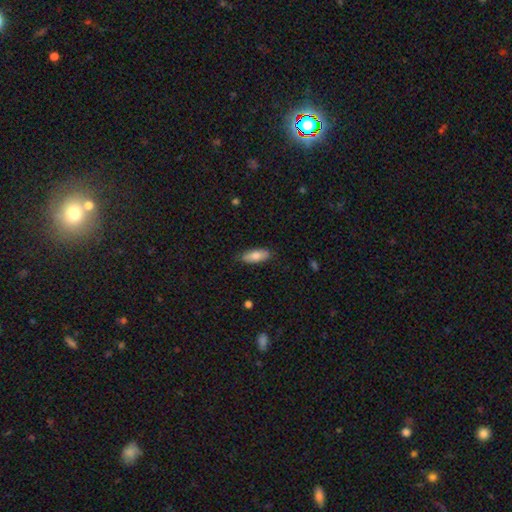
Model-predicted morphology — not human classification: smooth_or_featured: smooth (p=0.81) [alt: featured or disk p=0.13]
how_rounded: in between (p=0.76) [alt: cigar-shaped p=0.22]
merging: none (p=0.83) [alt: minor disturbance p=0.14]